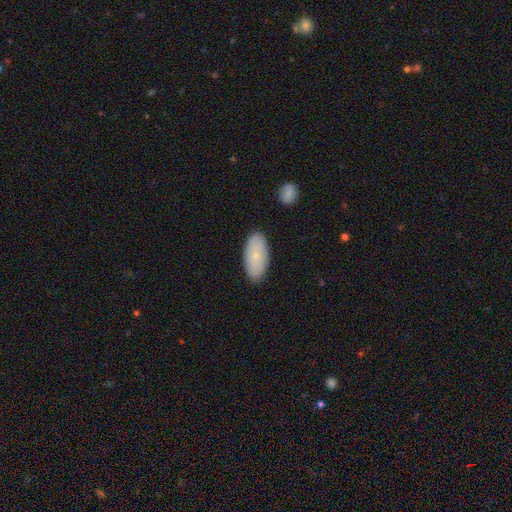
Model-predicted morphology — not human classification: A smooth galaxy with no disk features (74%) that is in between round and cigar-shaped (93%).

Vote fractions:
- Smooth or featured? smooth: 74% / featured or disk: 19% / star or artifact: 7%
- How rounded? in between: 93% / cigar-shaped: 5% / round: 3%
- Merging? none: 87% / minor disturbance: 10% / major disturbance: 2% / merger: 1%